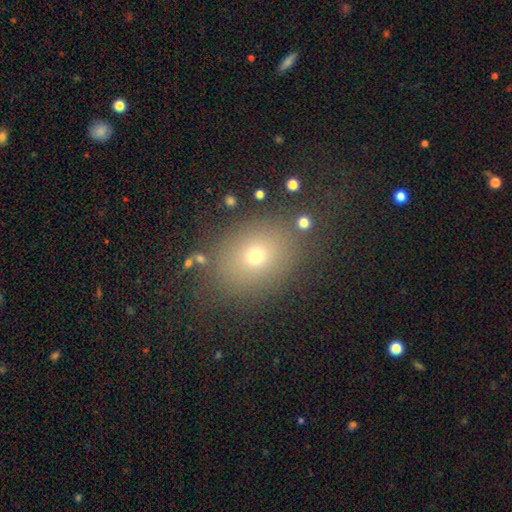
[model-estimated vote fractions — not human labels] This is likely a smooth galaxy (67%). How rounded: possibly in between (51%). Merging: likely none (78%).